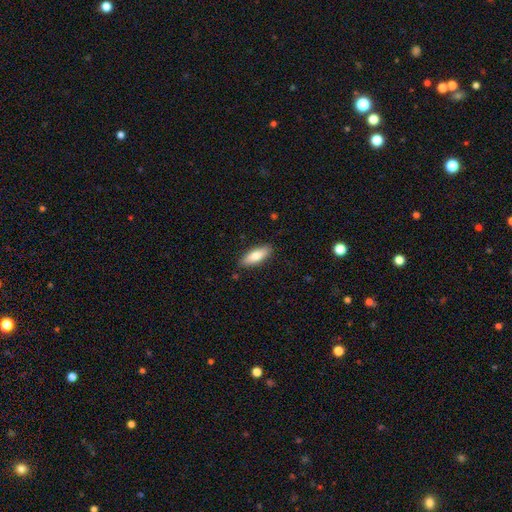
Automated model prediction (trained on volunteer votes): Q: Smooth or featured?
A: smooth (79%); runner-up: featured or disk (15%)
Q: How rounded?
A: in between (67%); runner-up: cigar-shaped (31%)
Q: Merging?
A: none (87%); runner-up: minor disturbance (10%)